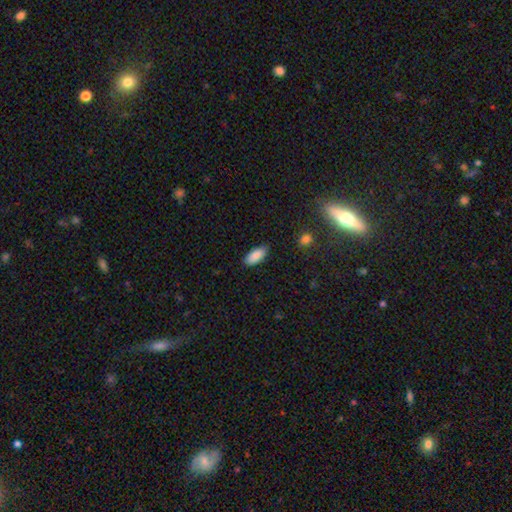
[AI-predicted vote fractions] A smooth galaxy with no disk features (88%) that is in between round and cigar-shaped (87%).

Vote fractions:
- Smooth or featured? smooth: 88% / star or artifact: 7% / featured or disk: 5%
- How rounded? in between: 87% / cigar-shaped: 11% / round: 2%
- Merging? none: 84% / minor disturbance: 12% / major disturbance: 2% / merger: 1%